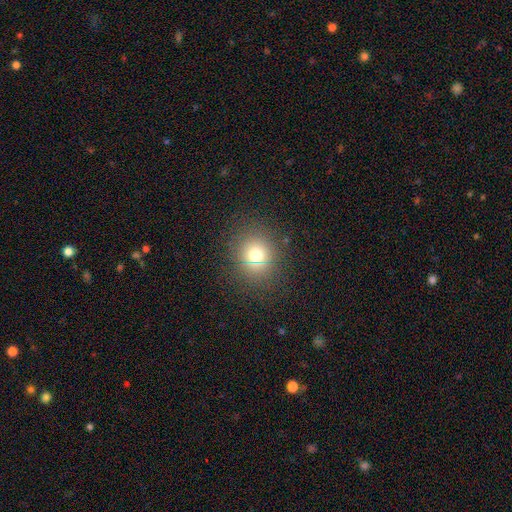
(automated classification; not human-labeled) A smooth galaxy with no disk features (72%) that is round (82%).

Vote fractions:
- Smooth or featured? smooth: 72% / star or artifact: 18% / featured or disk: 10%
- How rounded? round: 82% / in between: 17% / cigar-shaped: 1%
- Merging? none: 85% / minor disturbance: 9% / major disturbance: 4% / merger: 1%